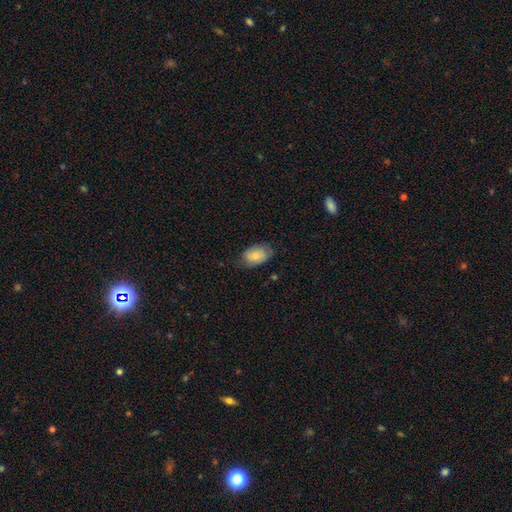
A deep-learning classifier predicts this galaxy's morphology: type=smooth (74%); roundness=in between (89%); merging=none (70%).